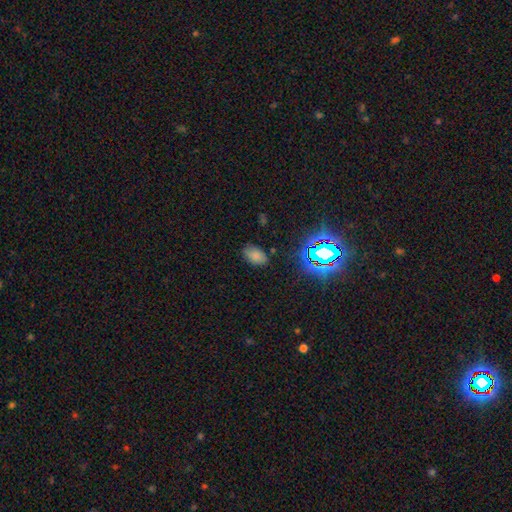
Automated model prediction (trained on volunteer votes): The model was most divided on "smooth or featured": smooth: 71%, star or artifact: 20%, featured or disk: 9%. More confident: how rounded — in between (88%); merging — none (78%).